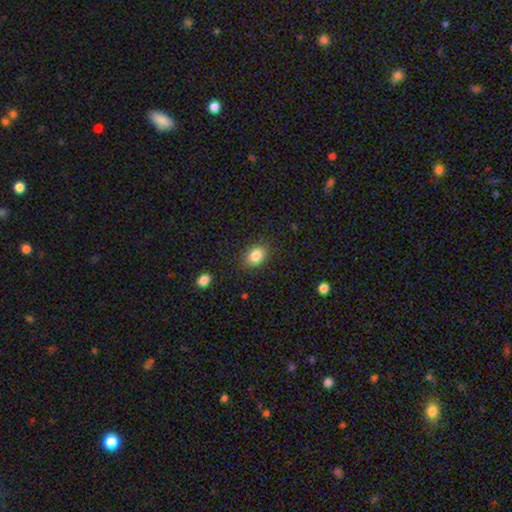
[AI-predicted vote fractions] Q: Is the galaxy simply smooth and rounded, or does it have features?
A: smooth — 84%.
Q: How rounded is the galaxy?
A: in between — 68%.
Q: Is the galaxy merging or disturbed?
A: none — 86%.